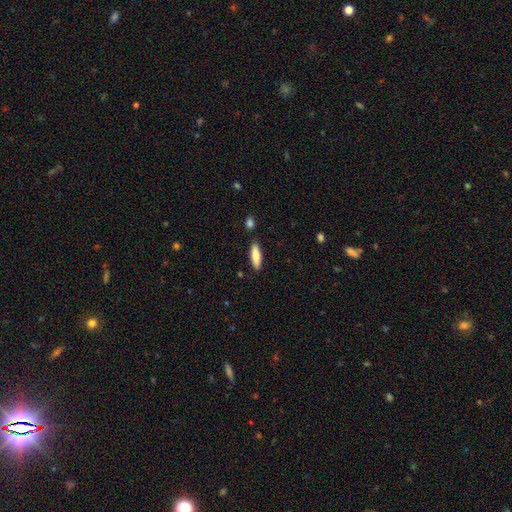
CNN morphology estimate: smooth 78%, featured or disk 16%, star or artifact 6%. Down the decision tree: how rounded — cigar-shaped (61%); merging — none (87%).